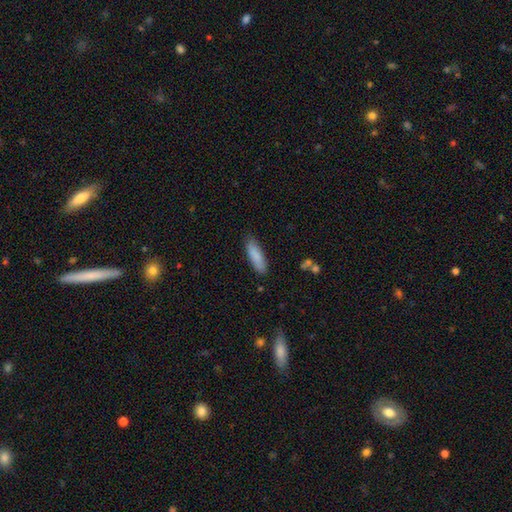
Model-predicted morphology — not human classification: type=smooth (86%); roundness=cigar-shaped (52%); merging=none (85%).